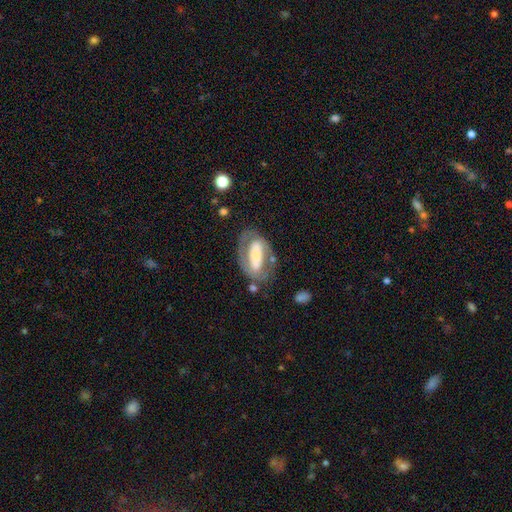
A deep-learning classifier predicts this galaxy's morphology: Smooth or featured: featured or disk — 64% (smooth — 30%)
Edge-on disk: no — 91% (yes — 9%)
Bar: strong — 58% (weak — 21%)
Spiral arms: yes — 58% (no — 42%)
Bulge size: moderate — 31% (tied with small — 31%)
Merging: none — 60% (minor disturbance — 20%)